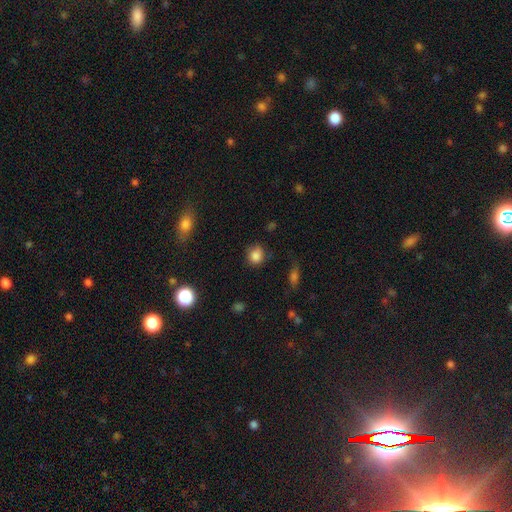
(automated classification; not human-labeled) Smooth or featured? Predicted: smooth (p=0.84). How rounded? Predicted: round (p=0.79). Merging? Predicted: none (p=0.75).